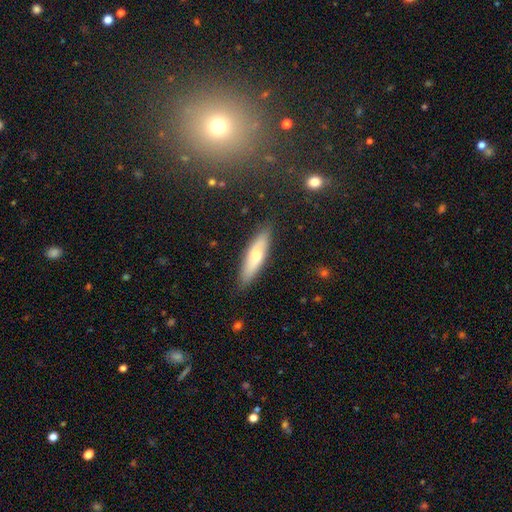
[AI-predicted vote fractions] This is possibly a smooth galaxy (58%). How rounded: likely cigar-shaped (62%). Merging: clearly none (87%).